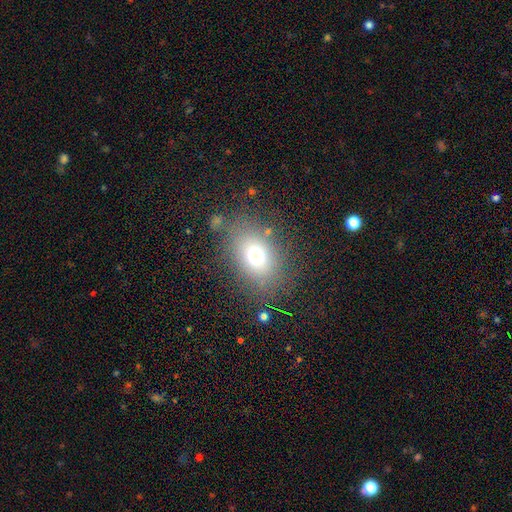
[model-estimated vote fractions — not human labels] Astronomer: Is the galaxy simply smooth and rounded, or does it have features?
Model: smooth — 70%.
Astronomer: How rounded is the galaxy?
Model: in between — 65%.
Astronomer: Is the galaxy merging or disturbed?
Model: none — 77%.